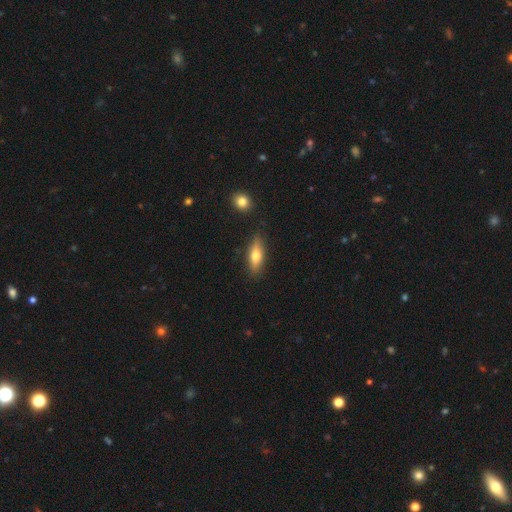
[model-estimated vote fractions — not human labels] Smooth or featured?
  - smooth: 61% *
  - featured or disk: 32%
  - star or artifact: 7%
How rounded?
  - in between: 53% *
  - cigar-shaped: 43%
  - round: 3%
Merging?
  - none: 84% *
  - minor disturbance: 11%
  - major disturbance: 3%
  - merger: 2%